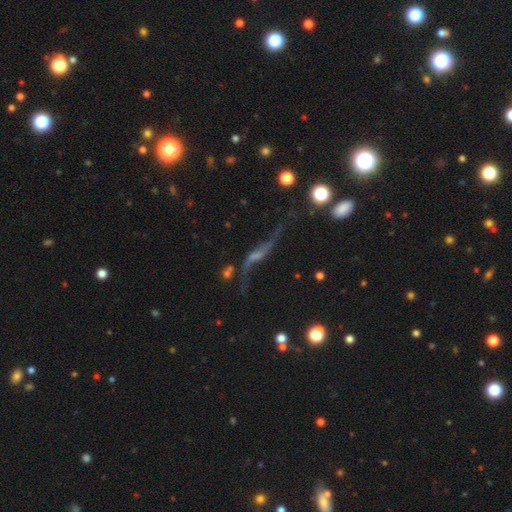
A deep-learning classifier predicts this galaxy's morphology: Smooth or featured? Predicted: featured or disk (p=0.66). Edge-on disk? Predicted: no (p=0.67). Merging? Predicted: none (p=0.48).